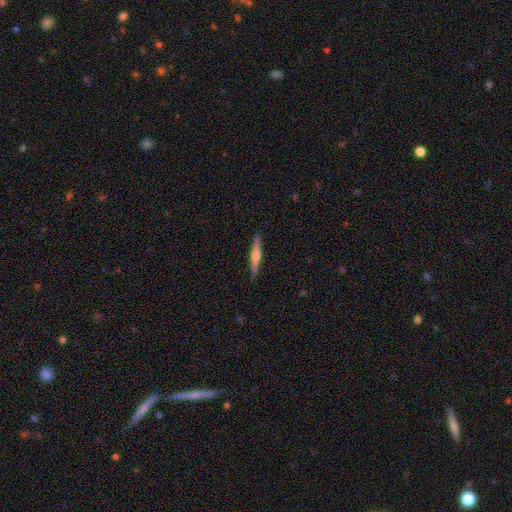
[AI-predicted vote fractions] This appears to be a featured or disk galaxy (58%) viewed edge-on (97%) with a rounded central bulge (86%). Merging: none (91%).